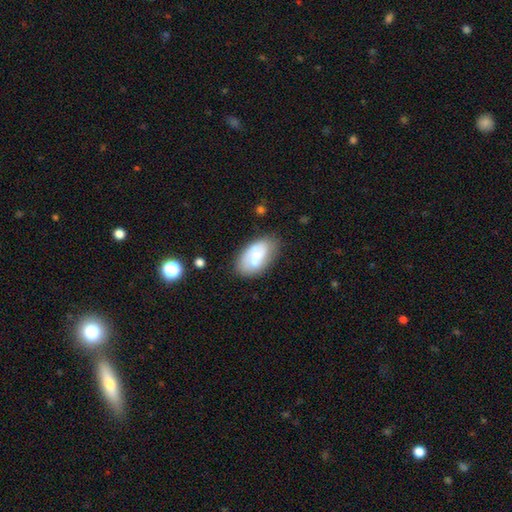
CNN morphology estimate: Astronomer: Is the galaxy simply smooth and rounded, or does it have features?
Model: smooth — 62%.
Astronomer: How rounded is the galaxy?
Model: in between — 93%.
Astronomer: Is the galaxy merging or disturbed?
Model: none — 56%.